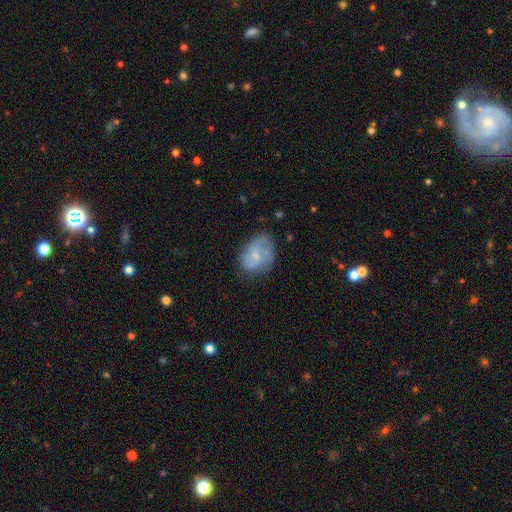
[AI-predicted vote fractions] This appears to be a featured or disk galaxy (50%). Merging: none (58%).